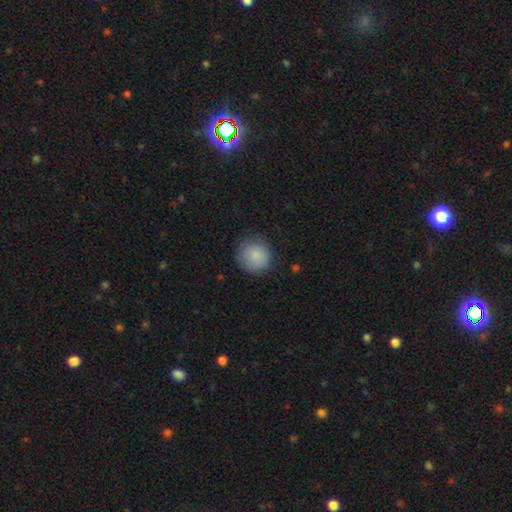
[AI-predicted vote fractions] Smooth or featured: smooth — 86% (star or artifact — 7%)
How rounded: round — 93% (in between — 6%)
Merging: none — 82% (minor disturbance — 14%)